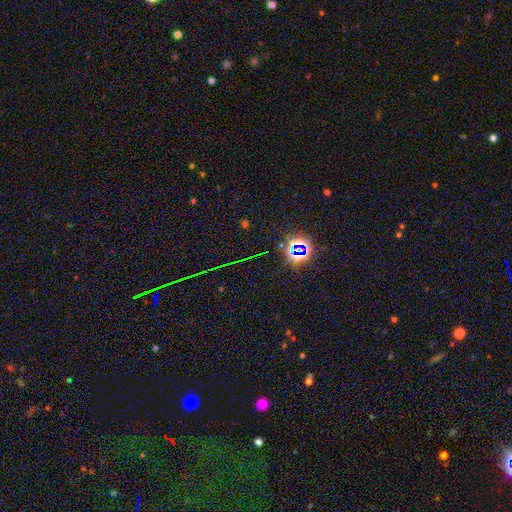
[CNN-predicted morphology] The model was most divided on "smooth or featured": star or artifact: 81%, smooth: 10%, featured or disk: 8%.